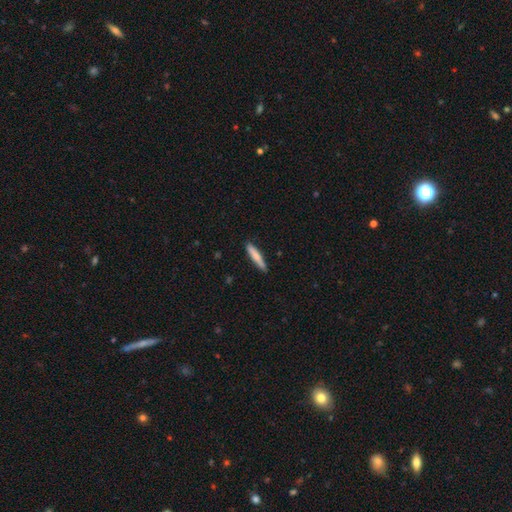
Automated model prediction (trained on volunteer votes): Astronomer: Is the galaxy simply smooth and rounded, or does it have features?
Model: smooth — 75%.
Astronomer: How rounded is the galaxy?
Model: cigar-shaped — 91%.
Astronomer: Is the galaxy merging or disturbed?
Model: none — 86%.